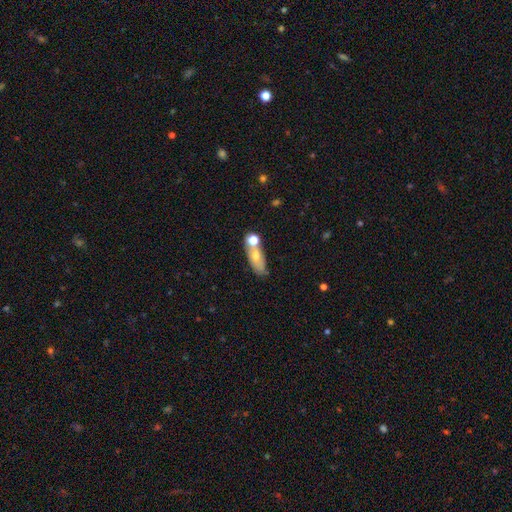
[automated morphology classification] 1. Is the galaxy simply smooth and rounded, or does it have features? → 66% smooth, 24% featured or disk, 10% star or artifact.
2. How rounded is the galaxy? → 66% in between, 25% cigar-shaped, 9% round.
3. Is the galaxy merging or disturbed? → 50% none, 28% merger, 16% minor disturbance, 6% major disturbance.